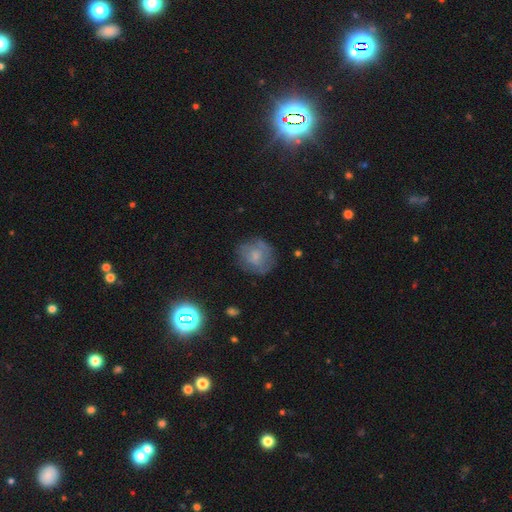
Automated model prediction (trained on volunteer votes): Smooth or featured? Predicted: smooth (p=0.53). How rounded? Predicted: round (p=0.82). Merging? Predicted: none (p=0.67).